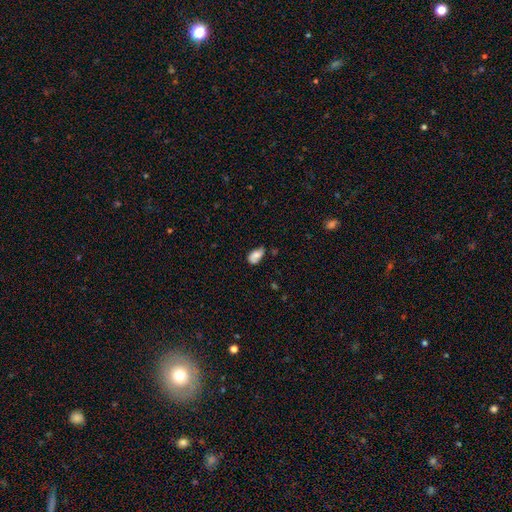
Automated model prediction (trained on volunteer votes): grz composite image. It shows a smooth galaxy with no disk features (75%) that is in between round and cigar-shaped (92%). Merging: none (54%).